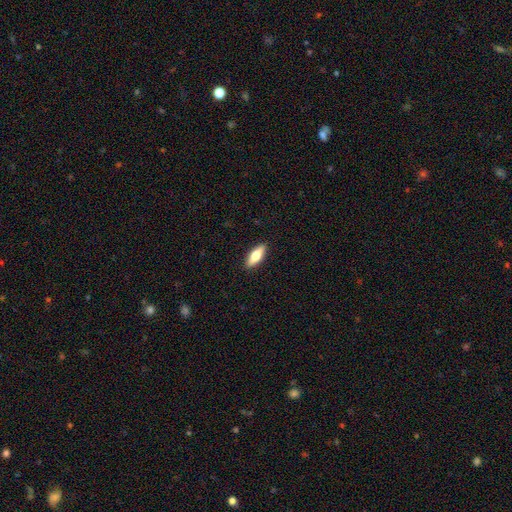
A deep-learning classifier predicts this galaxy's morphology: type=smooth (65%); roundness=in between (64%); merging=none (90%).